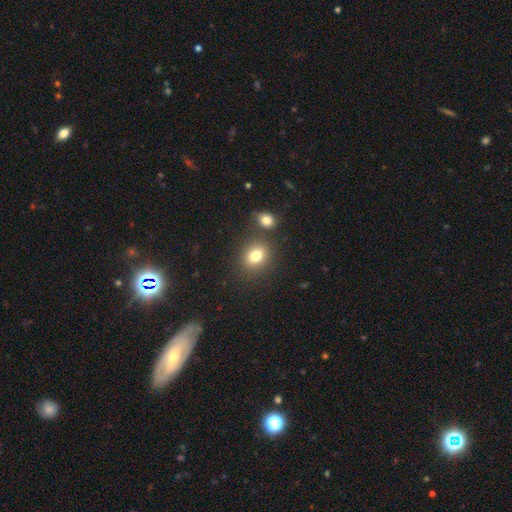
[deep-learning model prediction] smooth 79%, star or artifact 11%, featured or disk 9%. Down the decision tree: how rounded — round (50%); merging — none (74%).